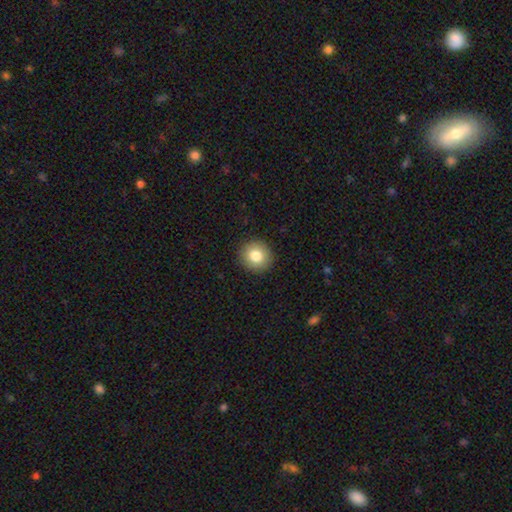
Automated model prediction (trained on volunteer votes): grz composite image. It shows a smooth galaxy with no disk features (83%) that is round (89%). Merging: none (91%).